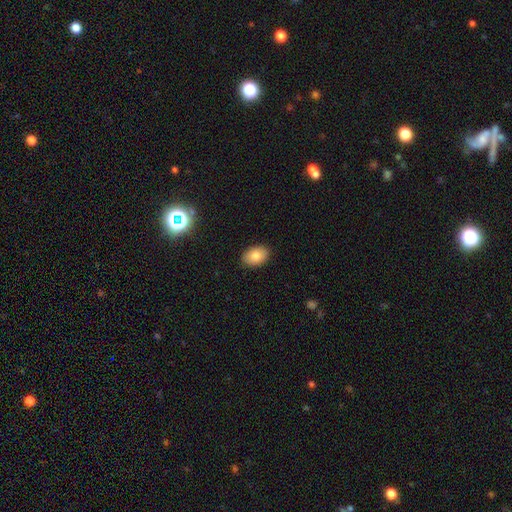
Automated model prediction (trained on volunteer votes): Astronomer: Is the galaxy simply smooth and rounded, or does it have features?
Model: smooth — 84%.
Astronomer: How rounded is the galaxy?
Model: in between — 87%.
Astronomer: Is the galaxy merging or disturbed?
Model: none — 88%.